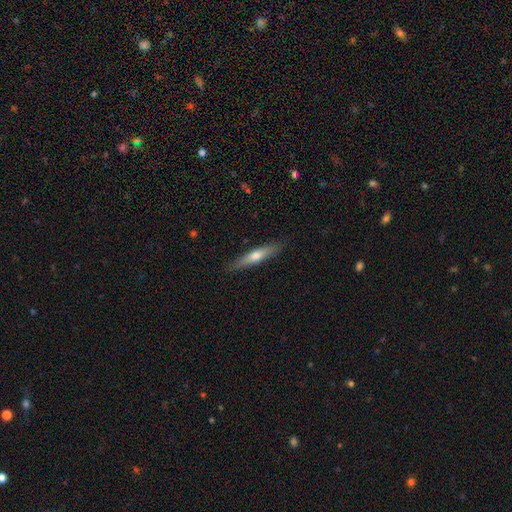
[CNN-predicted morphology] The model was most divided on "smooth or featured": smooth: 54%, featured or disk: 41%, star or artifact: 6%. More confident: merging — none (88%); how rounded — cigar-shaped (88%).